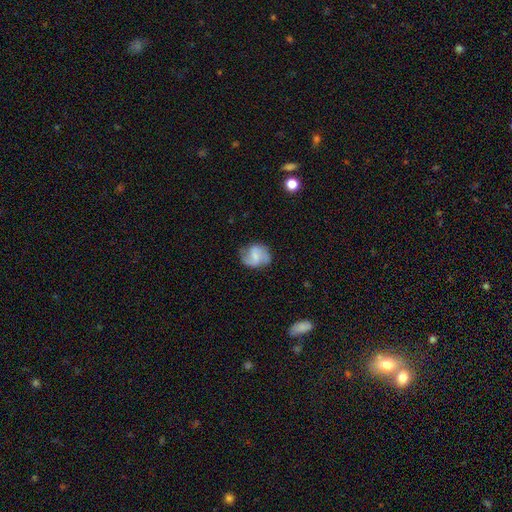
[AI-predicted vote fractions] Smooth or featured: featured or disk — 63% (smooth — 30%)
Edge-on disk: no — 98% (yes — 2%)
Bar: weak — 51% (no — 31%)
Spiral arms: yes — 91% (no — 9%)
Spiral winding: medium — 46% (loose — 36%)
Spiral arm count: 2 — 86% (can't tell — 7%)
Bulge size: small — 40% (none — 30%)
Merging: none — 71% (minor disturbance — 20%)